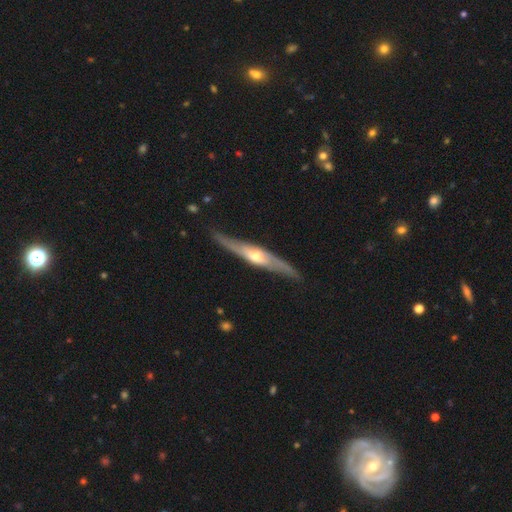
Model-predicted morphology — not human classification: This appears to be a featured or disk galaxy (73%) viewed edge-on (83%) with a rounded central bulge (86%). Merging: none (82%).